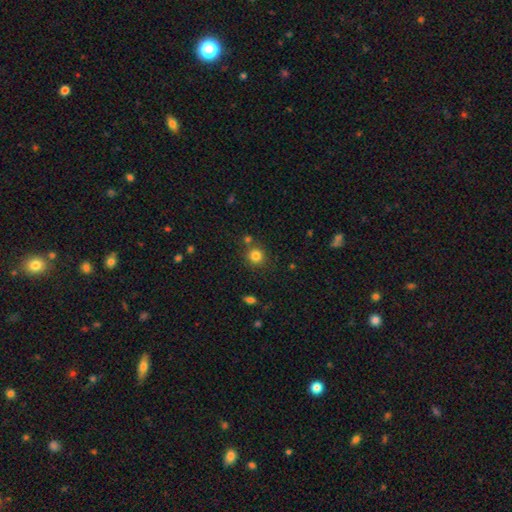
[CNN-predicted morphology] A smooth galaxy with no disk features (82%) that is round (91%).

Vote fractions:
- Smooth or featured? smooth: 82% / star or artifact: 12% / featured or disk: 6%
- How rounded? round: 91% / in between: 8% / cigar-shaped: 1%
- Merging? none: 76% / merger: 12% / minor disturbance: 9% / major disturbance: 3%